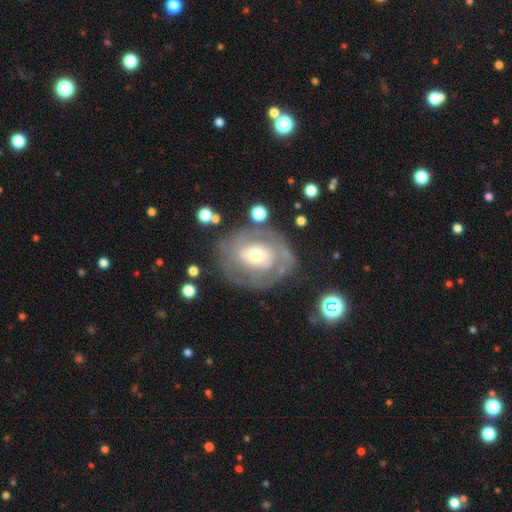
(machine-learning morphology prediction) Smooth or featured? Predicted: featured or disk (p=0.73). Edge-on disk? Predicted: no (p=0.96). Bar? Predicted: no (p=0.68). Spiral arms? Predicted: yes (p=0.65). Bulge size? Predicted: moderate (p=0.57). Merging? Predicted: none (p=0.69).